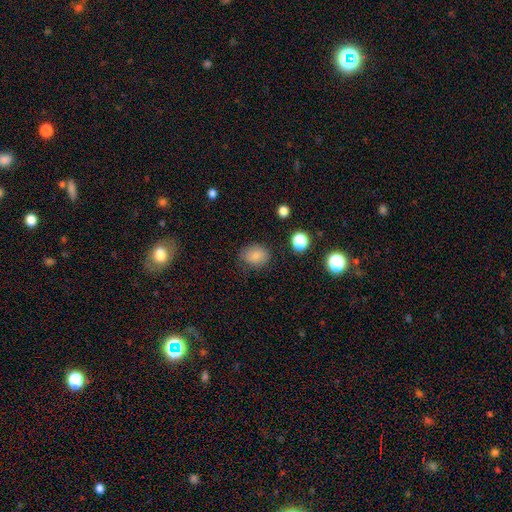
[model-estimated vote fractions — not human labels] smooth 82%, star or artifact 11%, featured or disk 7%. Down the decision tree: how rounded — in between (57%); merging — none (75%).